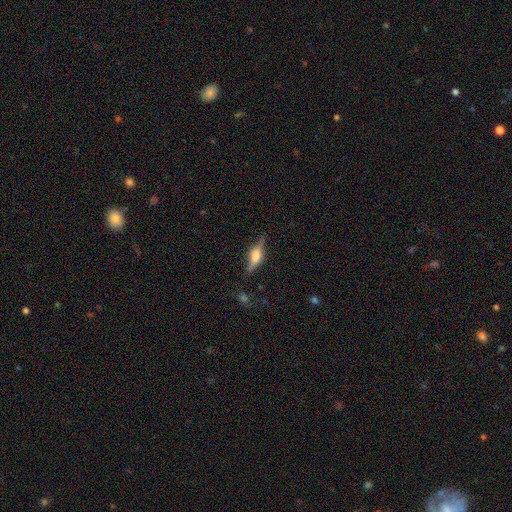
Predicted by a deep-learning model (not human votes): Overall: featured or disk (67%). Edge-on disk: yes (95%). Edge-on bulge: rounded (87%). Merging: none (79%).